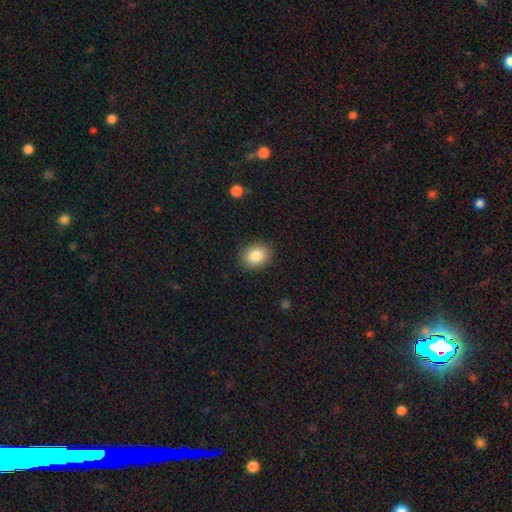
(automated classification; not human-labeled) Morphology: type=smooth (86%); roundness=in between (53%); merging=none (88%).